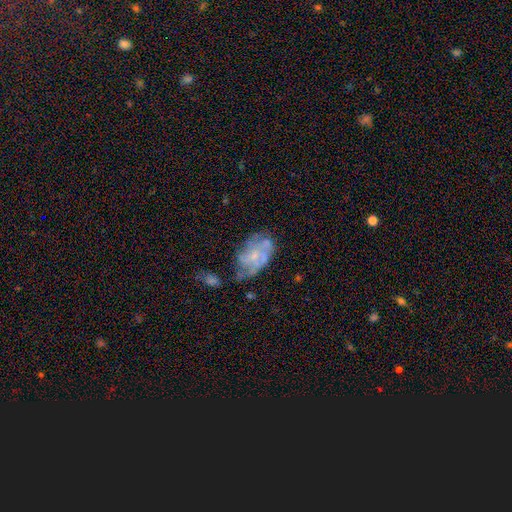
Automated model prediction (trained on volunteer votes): A featured or disk galaxy (66%) with no bar (77%), spiral arms (57%) and a small central bulge (52%). Merging: none (37%).